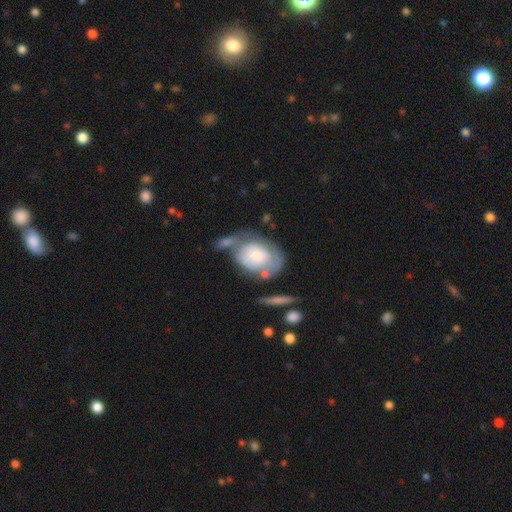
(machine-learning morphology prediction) Overall: smooth (56%; featured or disk 38%). How rounded: in between (69%; round 30%). Merging: none (33%; minor disturbance 26%).